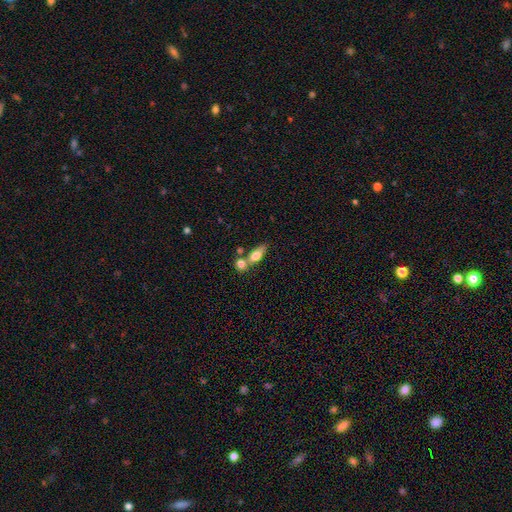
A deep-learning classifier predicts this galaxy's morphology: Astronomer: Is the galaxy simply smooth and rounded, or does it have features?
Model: smooth — 72%.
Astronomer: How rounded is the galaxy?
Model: in between — 69%.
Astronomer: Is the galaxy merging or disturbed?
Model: merger — 50% (runner-up: none, 35%).